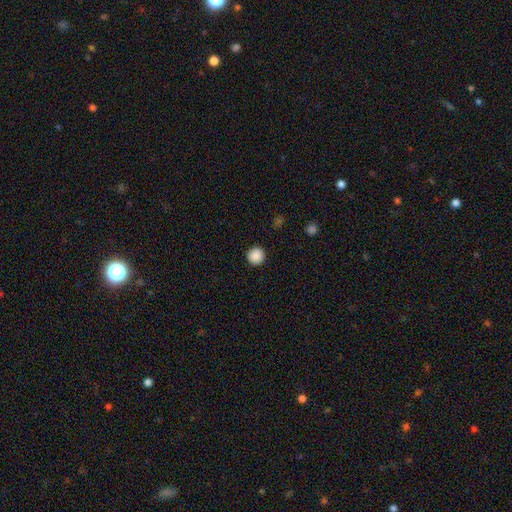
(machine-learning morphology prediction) This is clearly a smooth galaxy (89%). How rounded: clearly round (95%). Merging: clearly none (93%).